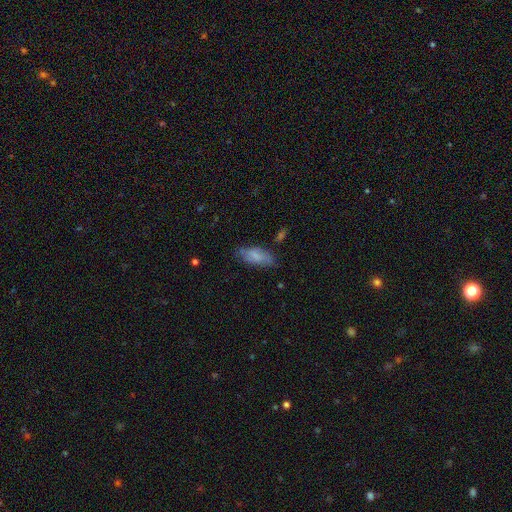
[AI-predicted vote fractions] Smooth or featured?
  - smooth: 71% *
  - featured or disk: 21%
  - star or artifact: 7%
How rounded?
  - in between: 82% *
  - cigar-shaped: 15%
  - round: 2%
Merging?
  - none: 67% *
  - minor disturbance: 24%
  - major disturbance: 7%
  - merger: 3%